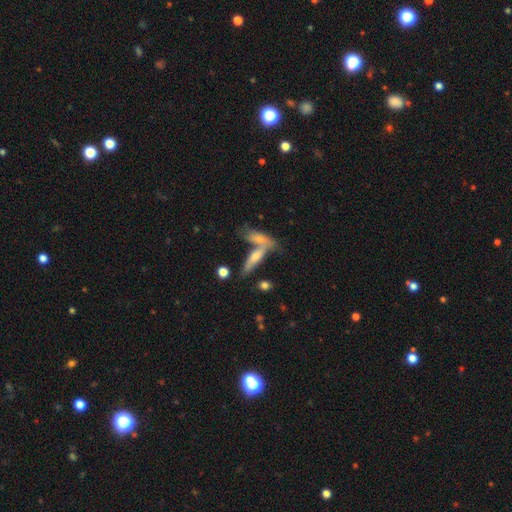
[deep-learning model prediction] smooth-or-featured: featured or disk: 39% | smooth: 31% | star or artifact: 30%
  merging: merger: 42% | none: 36% | minor disturbance: 11% | major disturbance: 11%